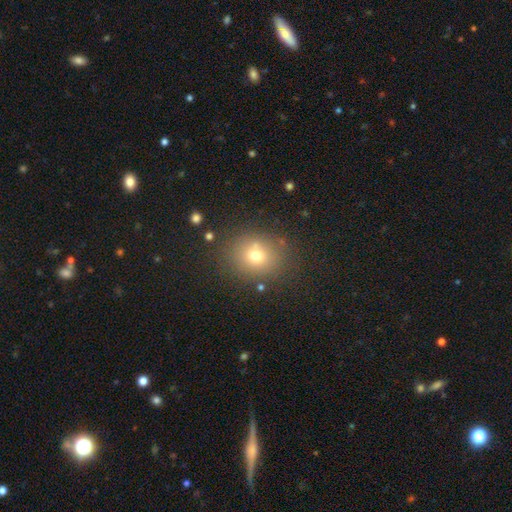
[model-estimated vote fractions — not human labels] Morphology: type=smooth (70%); roundness=round (66%); merging=none (79%).